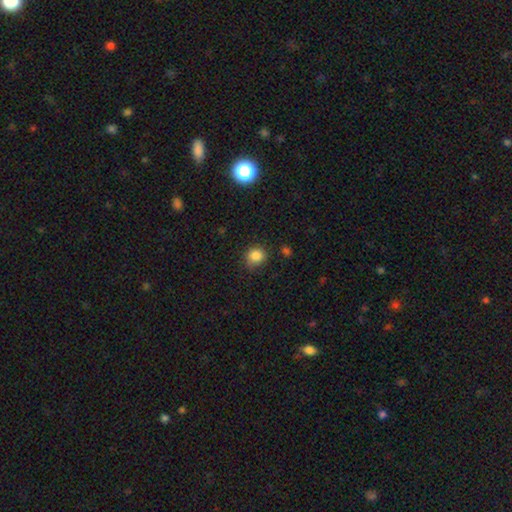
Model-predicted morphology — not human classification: Smooth or featured: smooth — 84% (star or artifact — 12%)
How rounded: round — 82% (in between — 17%)
Merging: none — 76% (minor disturbance — 18%)